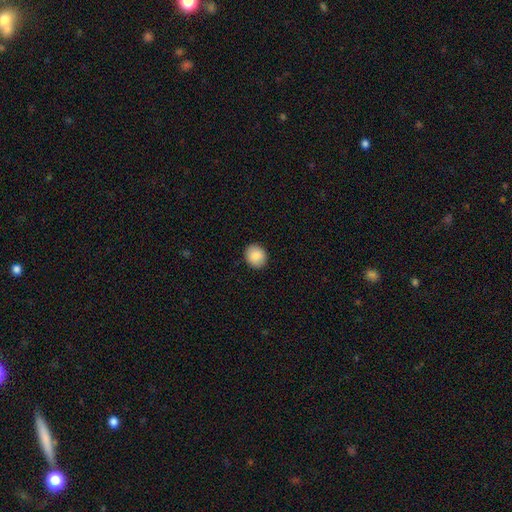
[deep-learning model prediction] This appears to be a smooth galaxy with no disk features (87%) that is round (76%). Merging: none (91%).